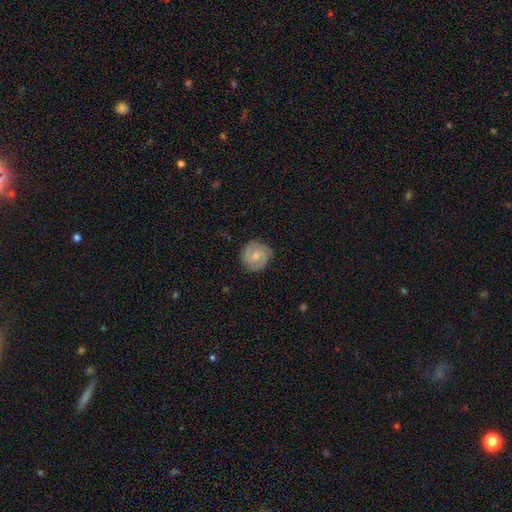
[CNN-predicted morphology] Smooth or featured: featured or disk — 49% (smooth — 45%)
Merging: none — 80% (minor disturbance — 15%)